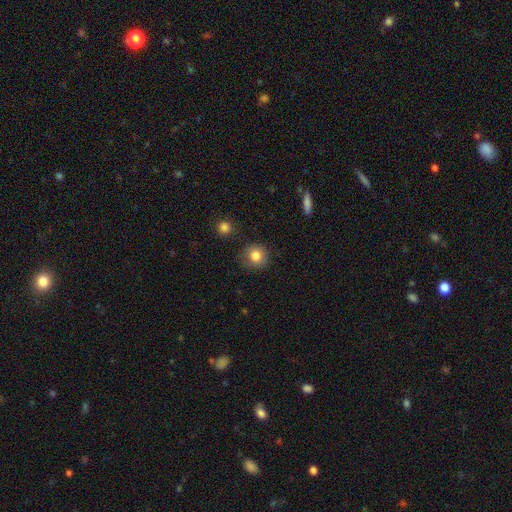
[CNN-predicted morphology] Overall: smooth (82%). How rounded: round (90%). Merging: none (83%).